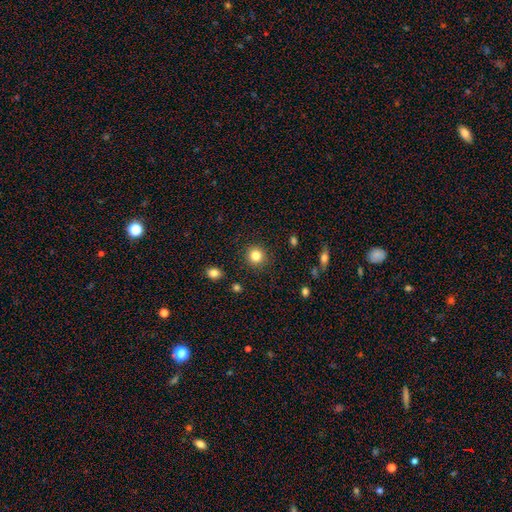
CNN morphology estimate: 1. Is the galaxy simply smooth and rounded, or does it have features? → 83% smooth, 11% star or artifact, 6% featured or disk.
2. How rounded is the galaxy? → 92% round, 7% in between, 1% cigar-shaped.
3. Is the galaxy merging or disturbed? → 90% none, 6% minor disturbance, 2% major disturbance, 1% merger.